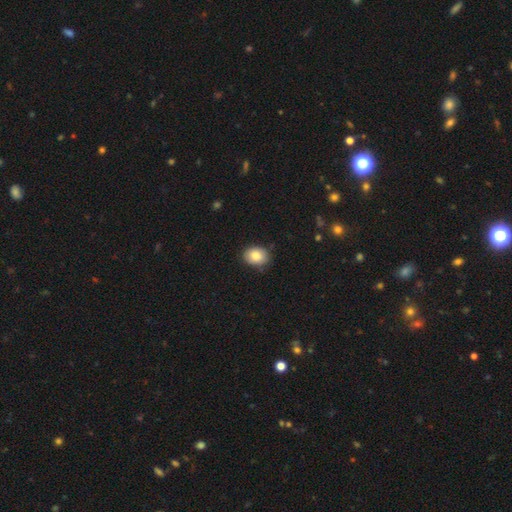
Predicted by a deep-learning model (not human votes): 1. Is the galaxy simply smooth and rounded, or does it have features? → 84% smooth, 8% star or artifact, 7% featured or disk.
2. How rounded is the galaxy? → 60% in between, 39% round, 1% cigar-shaped.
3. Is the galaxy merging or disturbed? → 84% none, 13% minor disturbance, 2% major disturbance, 1% merger.